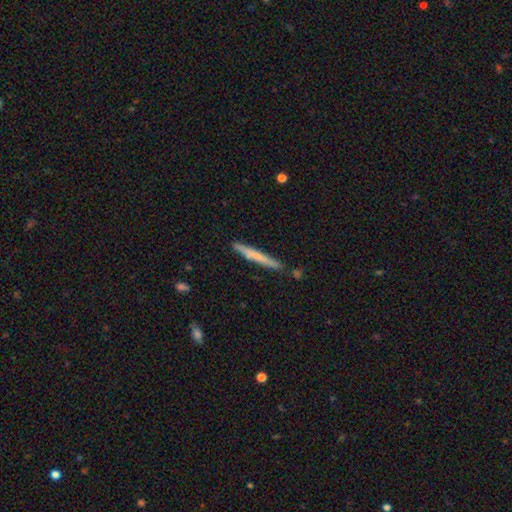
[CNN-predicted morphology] smooth 59%, featured or disk 35%, star or artifact 6%. Down the decision tree: how rounded — cigar-shaped (96%); merging — none (86%).